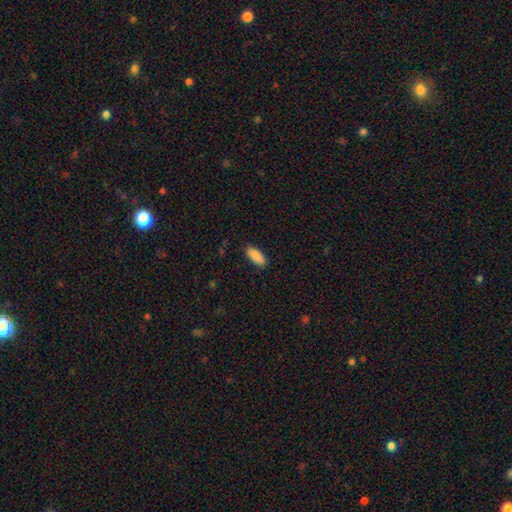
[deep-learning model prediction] Smooth or featured?
  - smooth: 89% *
  - star or artifact: 6%
  - featured or disk: 5%
How rounded?
  - in between: 79% *
  - cigar-shaped: 20%
  - round: 2%
Merging?
  - none: 86% *
  - minor disturbance: 11%
  - major disturbance: 2%
  - merger: 1%